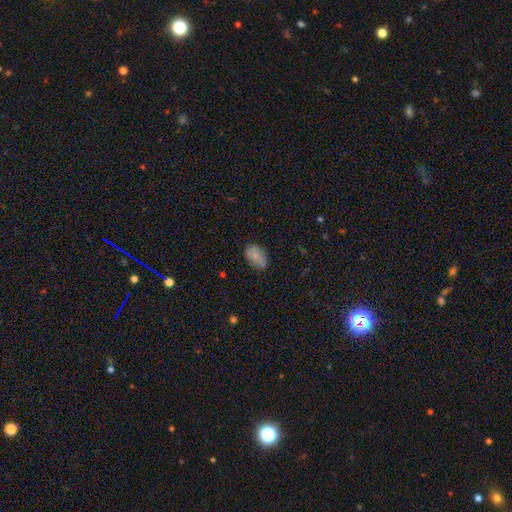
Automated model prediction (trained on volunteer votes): Overall: smooth (82%). How rounded: in between (91%). Merging: none (72%).